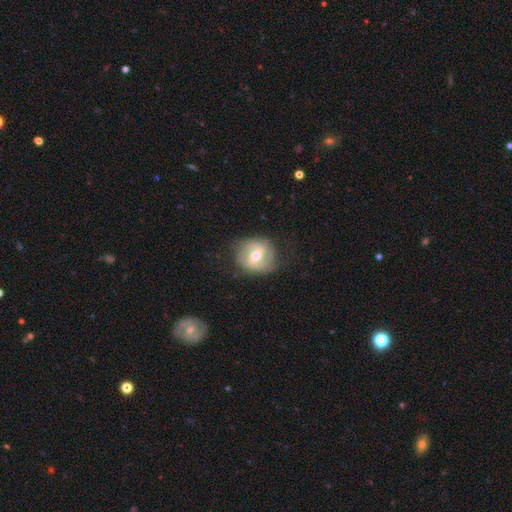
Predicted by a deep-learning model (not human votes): featured or disk 75%, smooth 19%, star or artifact 6%. Down the decision tree: edge-on disk — no (98%); bar — weak (47%); spiral arms — yes (89%); spiral arm count — 2 (79%); spiral winding — medium (44%); bulge size — moderate (74%); merging — none (77%).